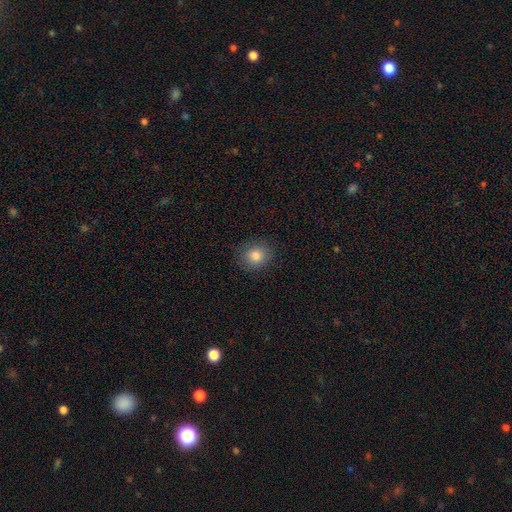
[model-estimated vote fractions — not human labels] A smooth galaxy with no disk features (81%) that is round (75%).

Vote fractions:
- Smooth or featured? smooth: 81% / star or artifact: 11% / featured or disk: 8%
- How rounded? round: 75% / in between: 24% / cigar-shaped: 1%
- Merging? none: 85% / minor disturbance: 11% / major disturbance: 3% / merger: 1%